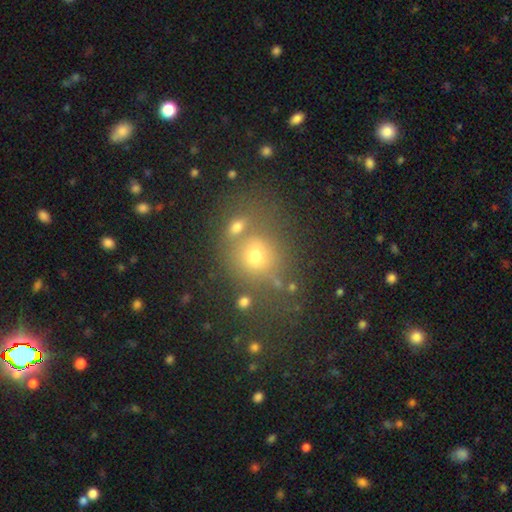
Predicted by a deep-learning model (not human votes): Smooth or featured? smooth (61%)
How rounded? round (70%)
Merging? none (60%)